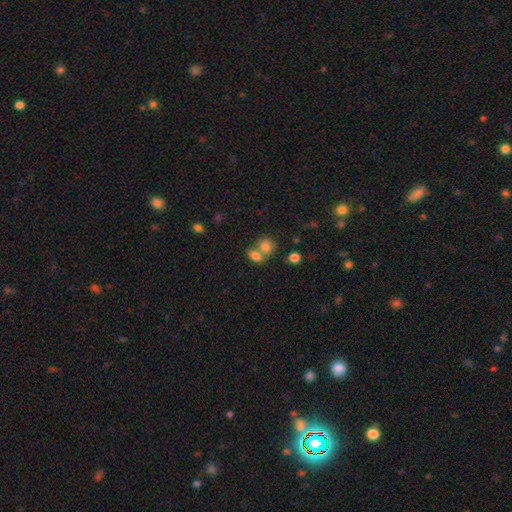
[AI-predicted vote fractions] Smooth or featured?
  - smooth: 79% *
  - featured or disk: 11%
  - star or artifact: 10%
How rounded?
  - in between: 74% *
  - round: 23%
  - cigar-shaped: 3%
Merging?
  - merger: 54% *
  - none: 34%
  - minor disturbance: 8%
  - major disturbance: 4%